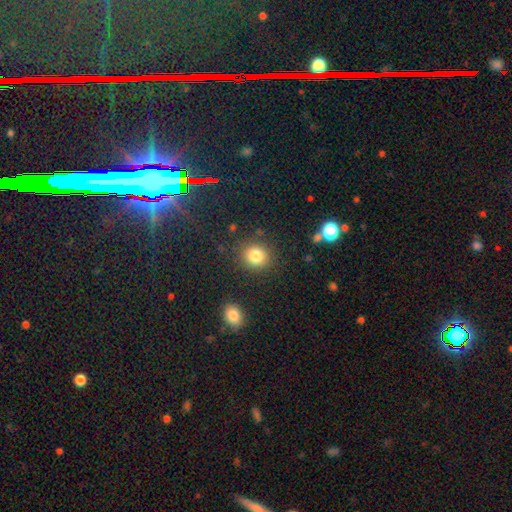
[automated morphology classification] Smooth or featured?
  - smooth: 82% *
  - star or artifact: 12%
  - featured or disk: 6%
How rounded?
  - round: 83% *
  - in between: 16%
  - cigar-shaped: 1%
Merging?
  - none: 86% *
  - minor disturbance: 8%
  - major disturbance: 3%
  - merger: 3%